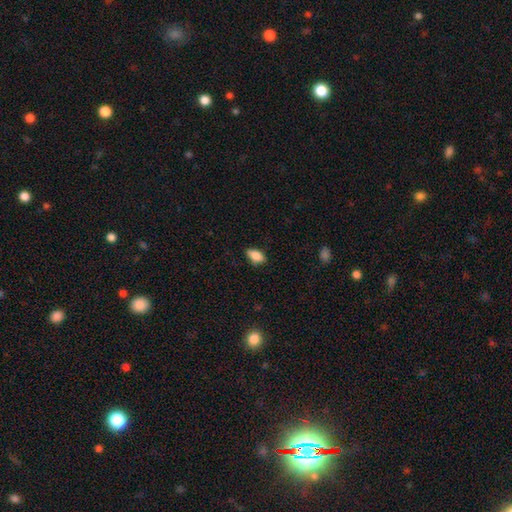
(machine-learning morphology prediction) smooth 83%, featured or disk 9%, star or artifact 8%. Down the decision tree: how rounded — in between (88%); merging — none (78%).